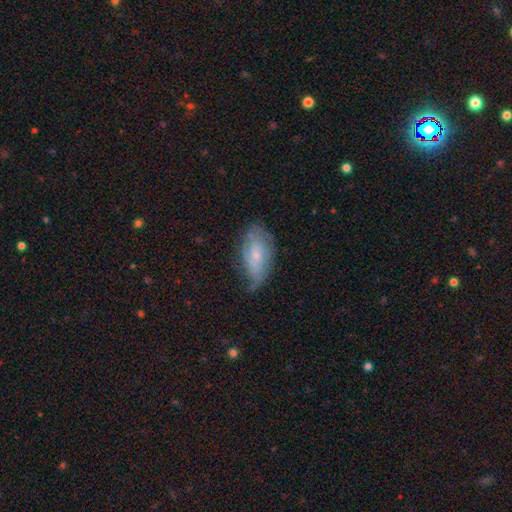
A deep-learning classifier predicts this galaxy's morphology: The model was most divided on "merging": none: 49%, minor disturbance: 34%, major disturbance: 15%, merger: 2%. More confident: edge-on disk — no (92%); spiral arms — yes (74%); bar — no (68%); bulge size — small (63%); smooth or featured — featured or disk (55%).